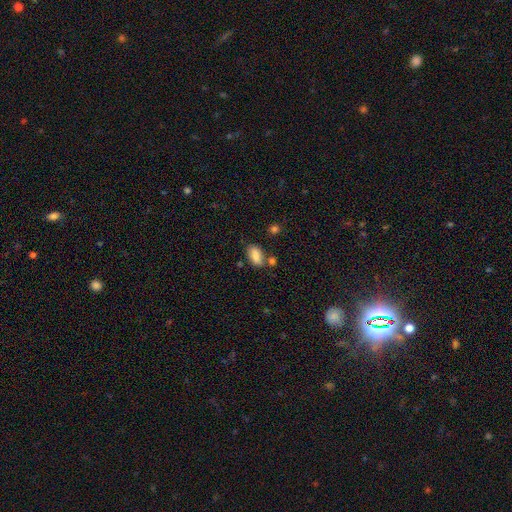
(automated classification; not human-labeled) Overall: smooth (86%). How rounded: in between (91%). Merging: none (66%).